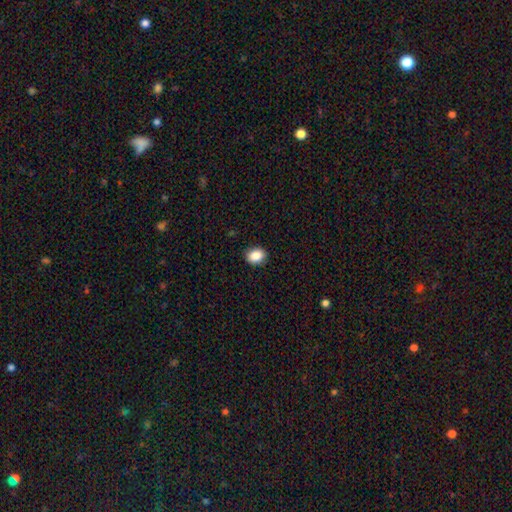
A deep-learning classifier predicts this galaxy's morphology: type=smooth (88%); roundness=in between (54%); merging=none (91%).